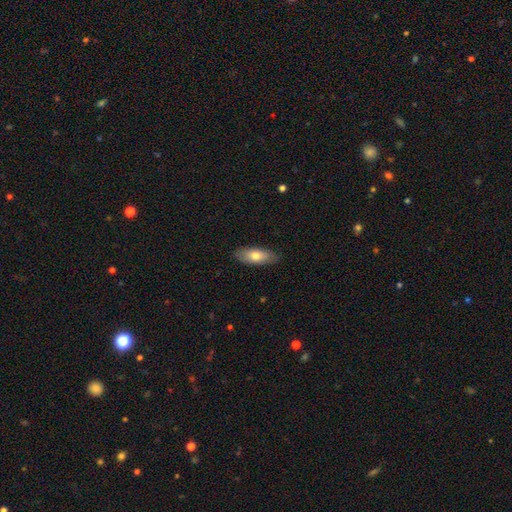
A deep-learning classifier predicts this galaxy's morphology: Smooth or featured: smooth — 72% (featured or disk — 22%)
How rounded: in between — 79% (cigar-shaped — 18%)
Merging: none — 86% (minor disturbance — 11%)